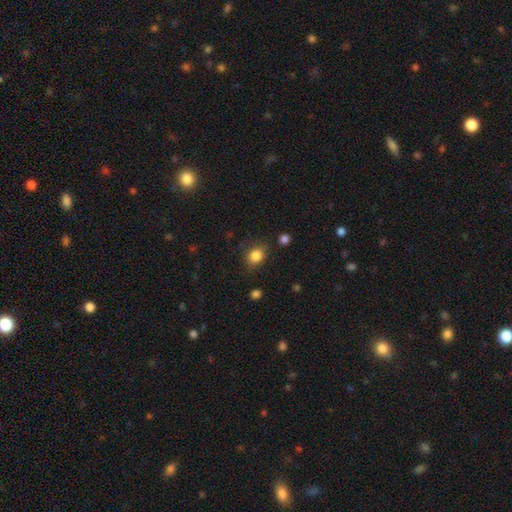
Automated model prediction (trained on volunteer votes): A smooth galaxy with no disk features (84%) that is round (51%). Merging: none (75%).